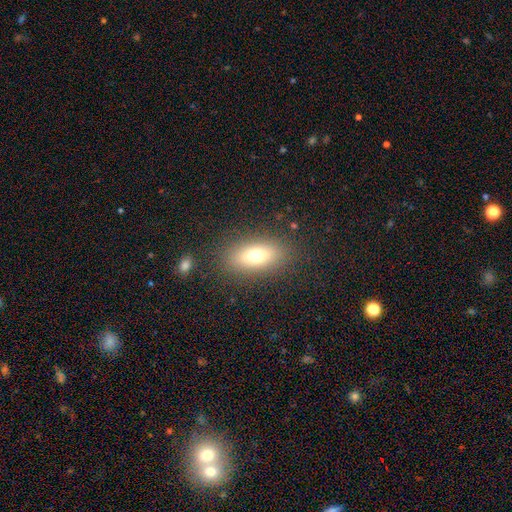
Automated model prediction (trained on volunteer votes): Q: Smooth or featured?
A: smooth (70%); runner-up: featured or disk (18%)
Q: How rounded?
A: in between (81%); runner-up: round (12%)
Q: Merging?
A: none (84%); runner-up: minor disturbance (10%)